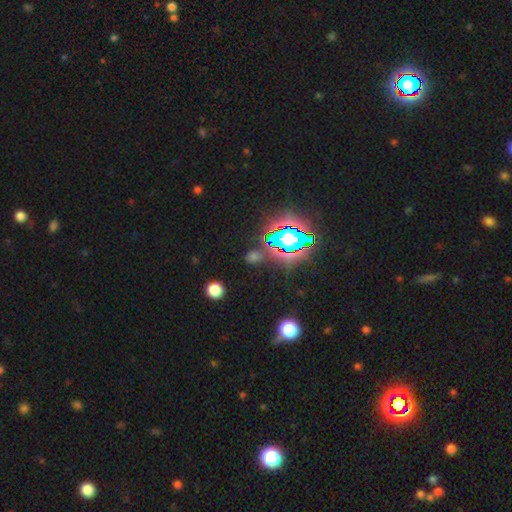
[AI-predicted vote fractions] Morphology: type=star or artifact (61%).